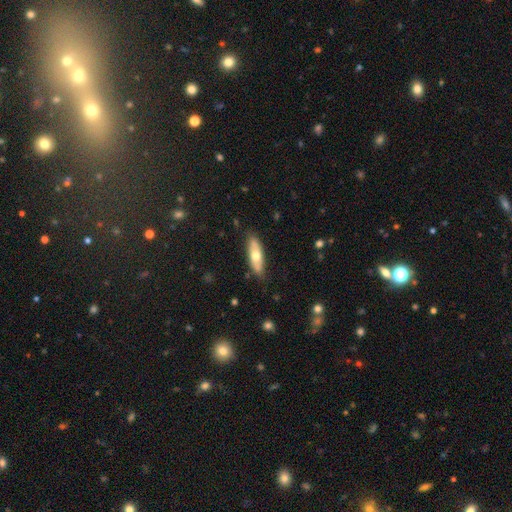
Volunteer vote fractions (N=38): smooth-or-featured: smooth: 58% | featured or disk: 39% | star or artifact: 3%
  how-rounded: in between: 50% | cigar-shaped: 45% | round: 5%
  merging: none: 78% | minor disturbance: 11% | major disturbance: 5% | merger: 5%